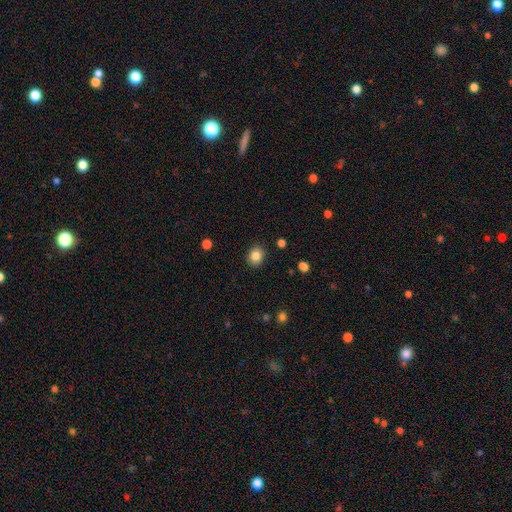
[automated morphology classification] Smooth or featured?
  - smooth: 84% *
  - star or artifact: 10%
  - featured or disk: 6%
How rounded?
  - round: 65% *
  - in between: 34%
  - cigar-shaped: 1%
Merging?
  - none: 89% *
  - minor disturbance: 8%
  - major disturbance: 2%
  - merger: 1%